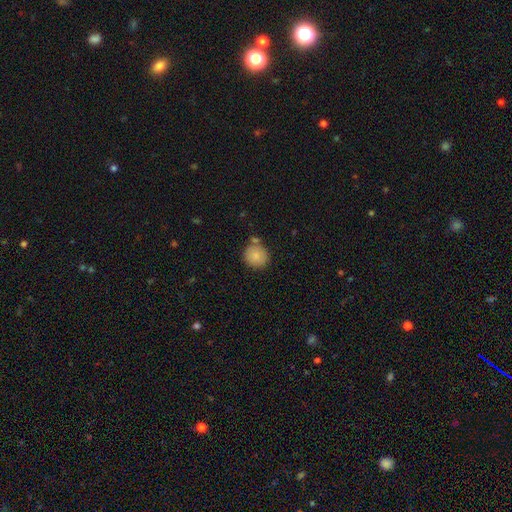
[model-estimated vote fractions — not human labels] Smooth or featured? Predicted: smooth (p=0.86). How rounded? Predicted: round (p=0.85). Merging? Predicted: none (p=0.70).